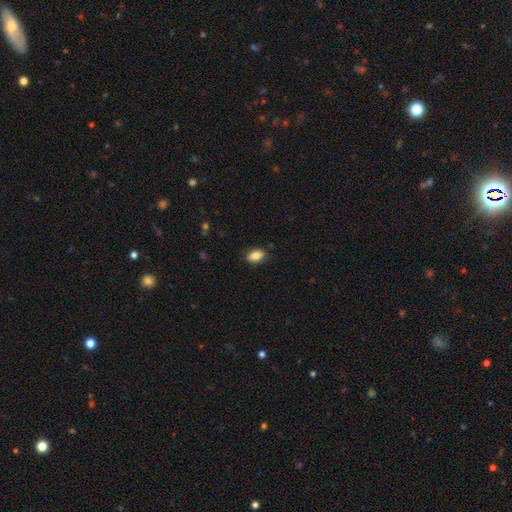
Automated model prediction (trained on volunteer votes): Smooth or featured? smooth (84%)
How rounded? in between (89%)
Merging? none (87%)